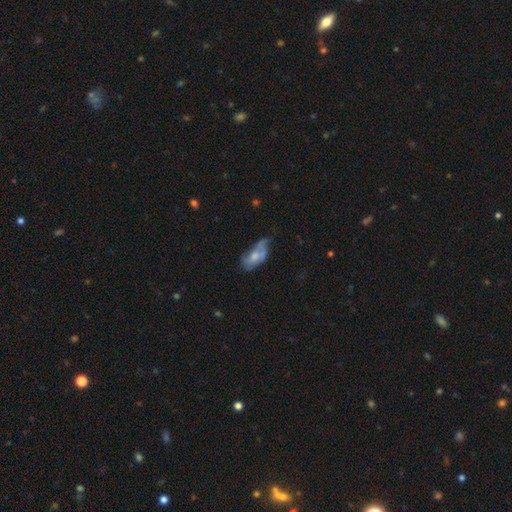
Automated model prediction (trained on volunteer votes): Q: Smooth or featured?
A: featured or disk (47%); runner-up: smooth (45%)
Q: Merging?
A: minor disturbance (35%); runner-up: major disturbance (30%)